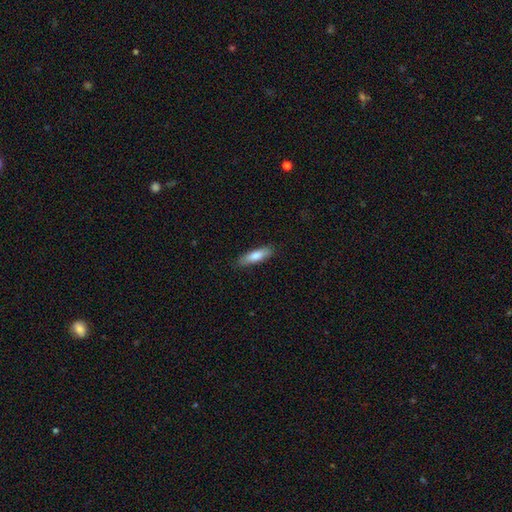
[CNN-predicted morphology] smooth_or_featured: smooth (p=0.79) [alt: featured or disk p=0.15]
how_rounded: cigar-shaped (p=0.60) [alt: in between p=0.38]
merging: none (p=0.84) [alt: minor disturbance p=0.12]